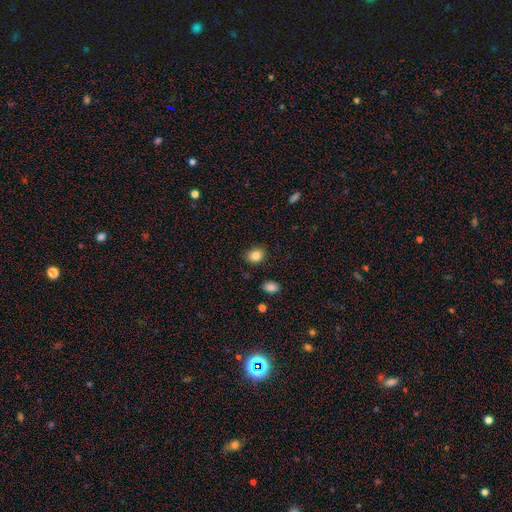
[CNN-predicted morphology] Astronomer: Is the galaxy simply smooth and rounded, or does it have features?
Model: smooth — 85%.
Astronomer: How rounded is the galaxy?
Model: round — 53% (runner-up: in between, 46%).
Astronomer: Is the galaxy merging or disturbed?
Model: none — 85%.